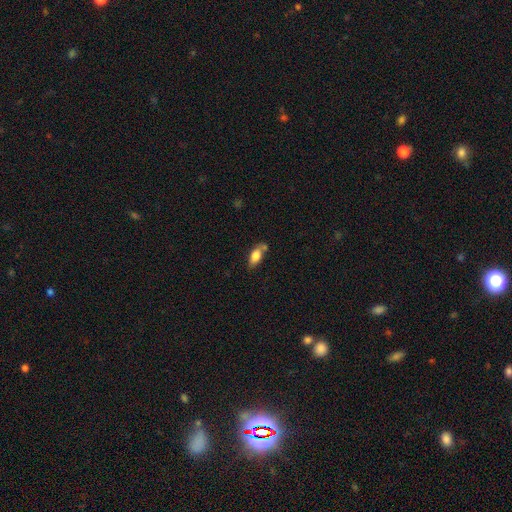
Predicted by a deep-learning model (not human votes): Overall: smooth (78%). How rounded: in between (86%). Merging: none (56%; minor disturbance 20%).